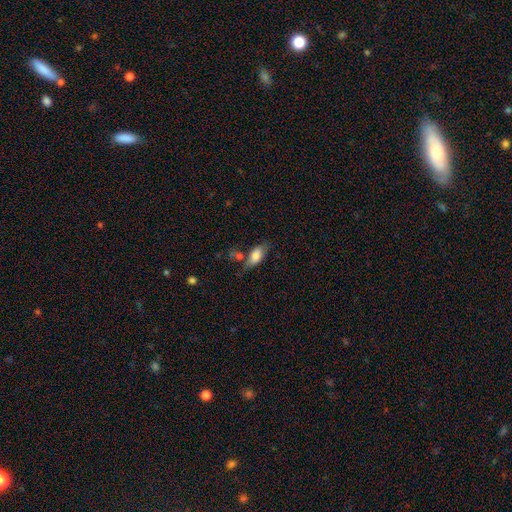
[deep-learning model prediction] Smooth or featured: smooth — 75% (featured or disk — 17%)
How rounded: in between — 84% (cigar-shaped — 12%)
Merging: none — 51% (minor disturbance — 24%)